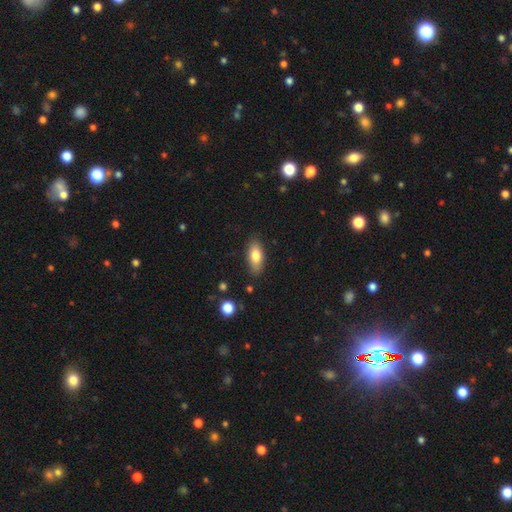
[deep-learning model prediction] Smooth or featured: smooth — 79% (featured or disk — 15%)
How rounded: in between — 83% (cigar-shaped — 14%)
Merging: none — 84% (minor disturbance — 12%)